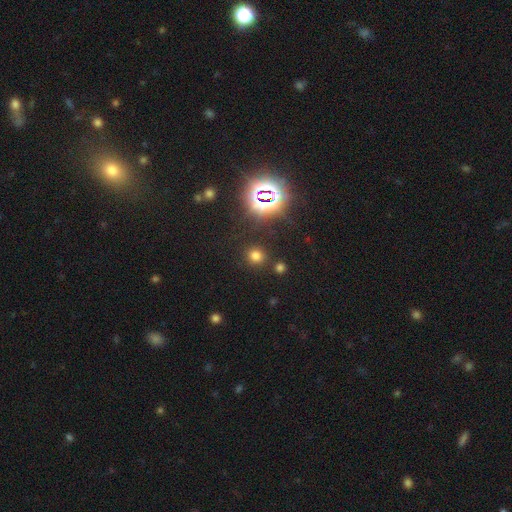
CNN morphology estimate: This appears to be a smooth galaxy with no disk features (67%) that is round (88%). Merging: none (86%).